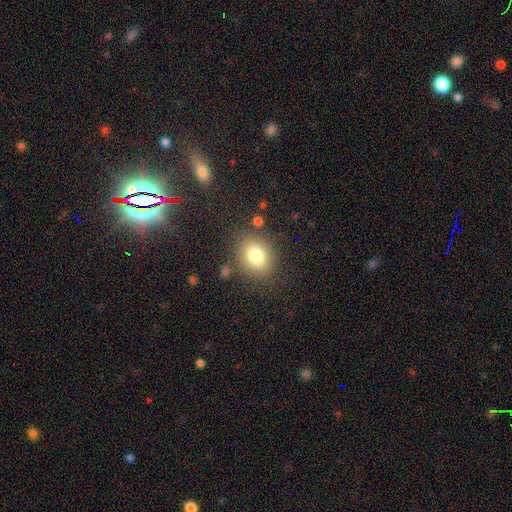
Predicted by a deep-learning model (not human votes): smooth 78%, star or artifact 11%, featured or disk 10%. Down the decision tree: how rounded — round (56%); merging — none (80%).